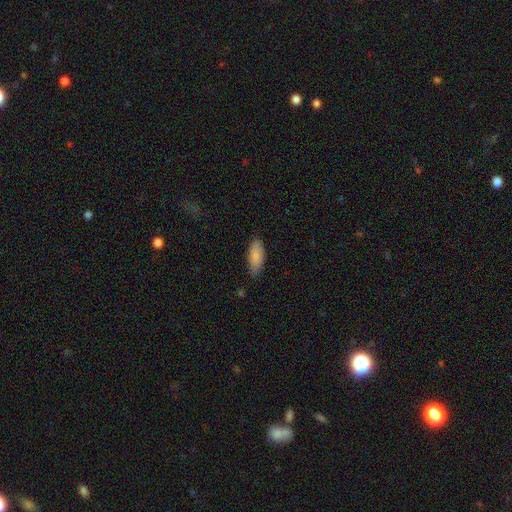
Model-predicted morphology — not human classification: The model was most divided on "merging": none: 78%, minor disturbance: 18%, major disturbance: 3%, merger: 1%. More confident: smooth or featured — smooth (87%); how rounded — in between (81%).